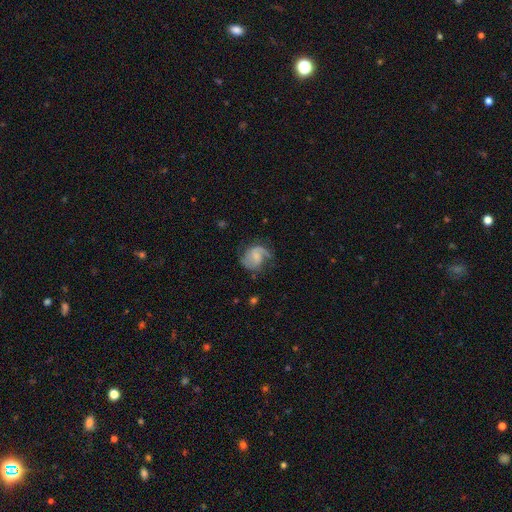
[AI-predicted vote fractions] This is likely a featured or disk galaxy (72%). It is clearly not viewed edge-on (98%). Bar: possibly no (45%, tied with weak). Spiral arm pattern: clearly yes (93%). Spiral arm count: likely 2 (73%). Spiral winding: possibly medium (47%). Central bulge: marginally small (38%). Merging: possibly none (60%).